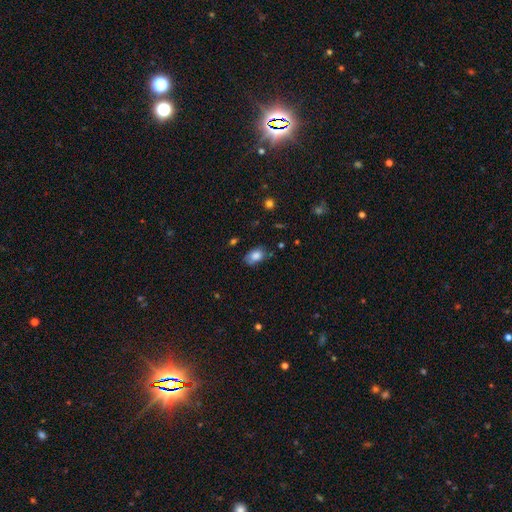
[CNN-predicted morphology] Overall: smooth (79%). How rounded: in between (86%). Merging: none (68%).